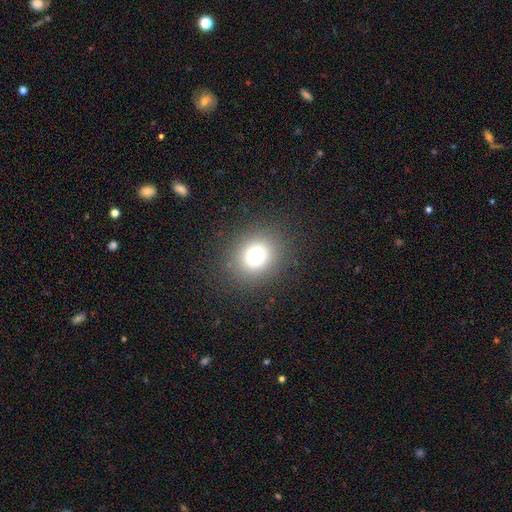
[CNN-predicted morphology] The model was most divided on "how rounded": round: 73%, in between: 26%, cigar-shaped: 1%. More confident: merging — none (87%); smooth or featured — smooth (73%).